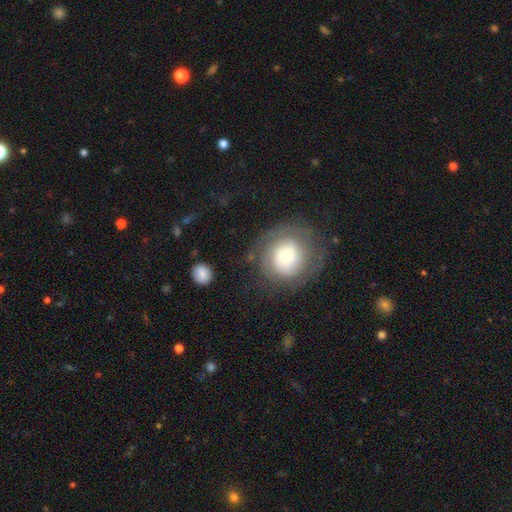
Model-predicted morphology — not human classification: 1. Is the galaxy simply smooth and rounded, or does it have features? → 41% featured or disk (tied), 41% smooth (tied), 18% star or artifact.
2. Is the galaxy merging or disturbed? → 77% none, 13% minor disturbance, 8% major disturbance, 2% merger.